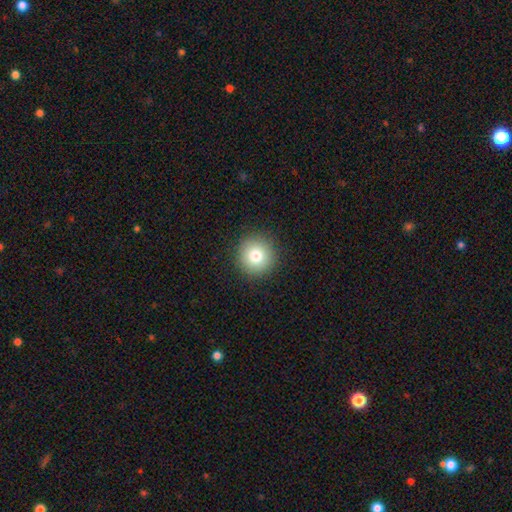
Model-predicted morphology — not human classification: Q: Smooth or featured?
A: smooth (79%); runner-up: star or artifact (11%)
Q: How rounded?
A: round (95%); runner-up: in between (4%)
Q: Merging?
A: none (91%); runner-up: minor disturbance (6%)